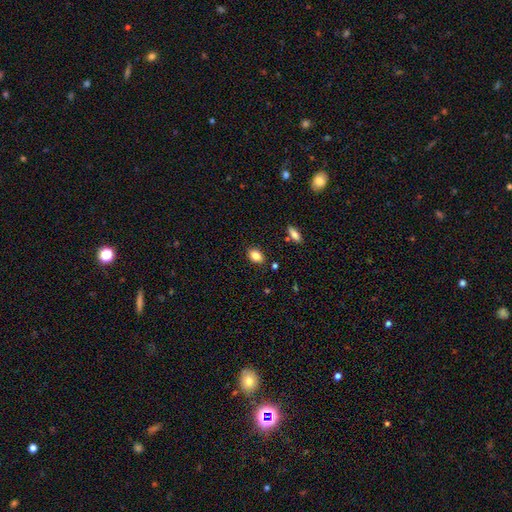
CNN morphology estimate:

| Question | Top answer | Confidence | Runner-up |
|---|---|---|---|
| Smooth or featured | smooth | 85% | star or artifact (9%) |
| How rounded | in between | 83% | round (15%) |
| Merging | none | 84% | minor disturbance (11%) |